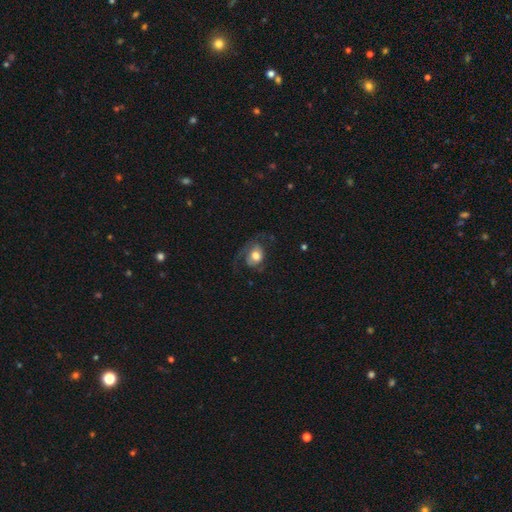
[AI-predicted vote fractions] A smooth galaxy with no disk features (51%) that is in between round and cigar-shaped (53%). Merging: none (41%).